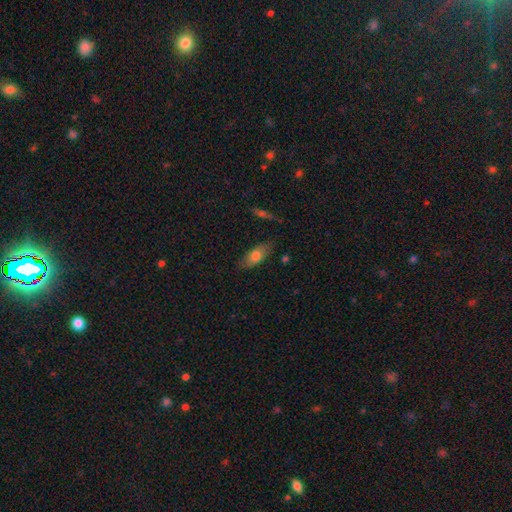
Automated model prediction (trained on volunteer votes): A smooth galaxy with no disk features (75%) that is in between round and cigar-shaped (83%). Merging: none (78%).